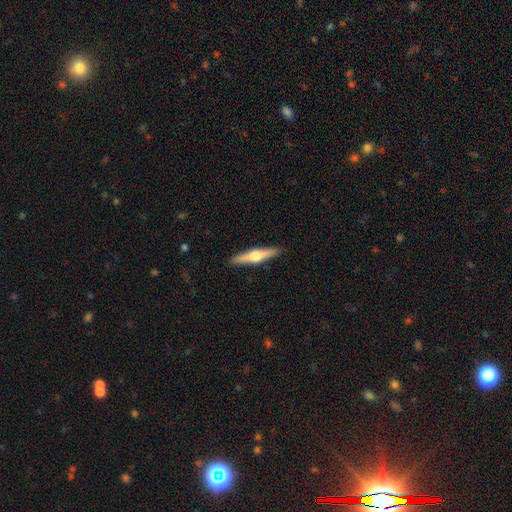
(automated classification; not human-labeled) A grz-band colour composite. It shows a featured or disk galaxy (61%) viewed edge-on (97%) with a rounded central bulge (93%). Merging: none (91%).